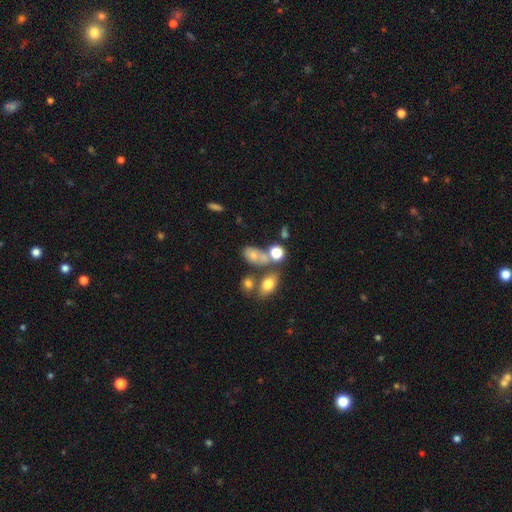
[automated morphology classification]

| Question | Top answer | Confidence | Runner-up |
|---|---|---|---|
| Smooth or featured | smooth | 67% | featured or disk (20%) |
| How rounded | in between | 79% | round (17%) |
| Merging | none | 35% | merger (34%) |